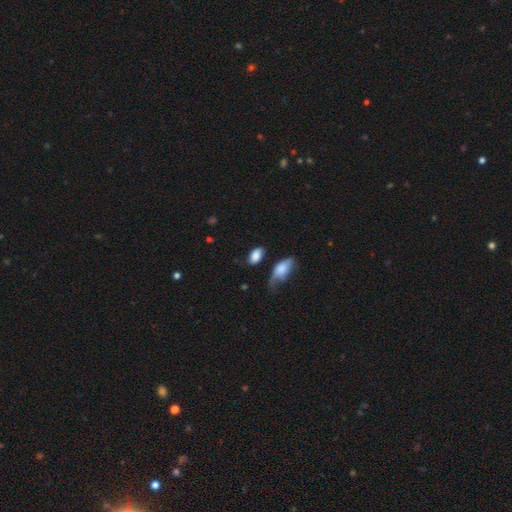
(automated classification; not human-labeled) Smooth or featured: smooth — 79% (featured or disk — 13%)
How rounded: in between — 88% (round — 9%)
Merging: none — 55% (minor disturbance — 27%)